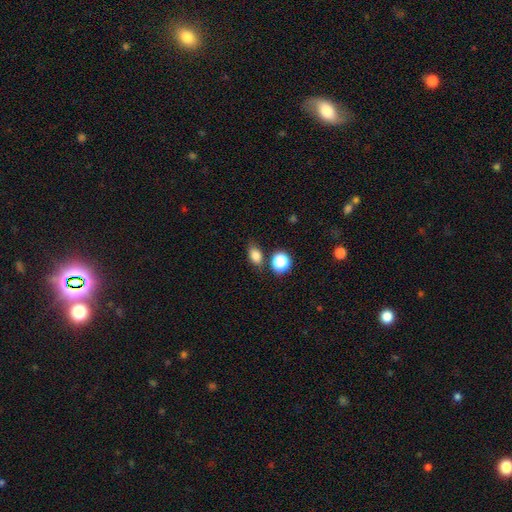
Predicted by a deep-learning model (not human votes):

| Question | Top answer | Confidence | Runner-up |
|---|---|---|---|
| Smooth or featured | smooth | 80% | star or artifact (13%) |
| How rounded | in between | 70% | round (28%) |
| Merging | none | 72% | minor disturbance (15%) |